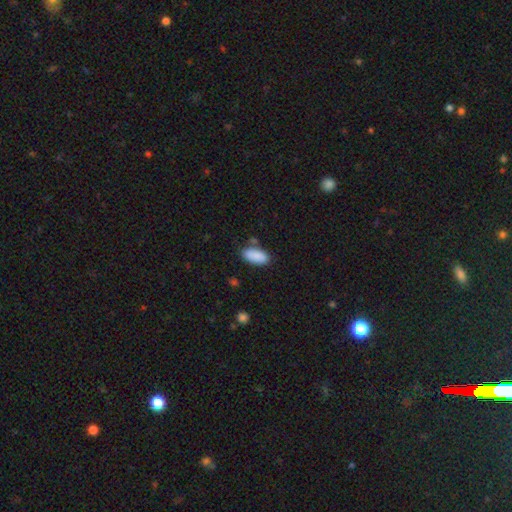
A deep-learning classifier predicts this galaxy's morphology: Smooth or featured?
  - smooth: 89% *
  - star or artifact: 7%
  - featured or disk: 5%
How rounded?
  - in between: 90% *
  - cigar-shaped: 8%
  - round: 2%
Merging?
  - none: 75% *
  - minor disturbance: 16%
  - merger: 6%
  - major disturbance: 4%